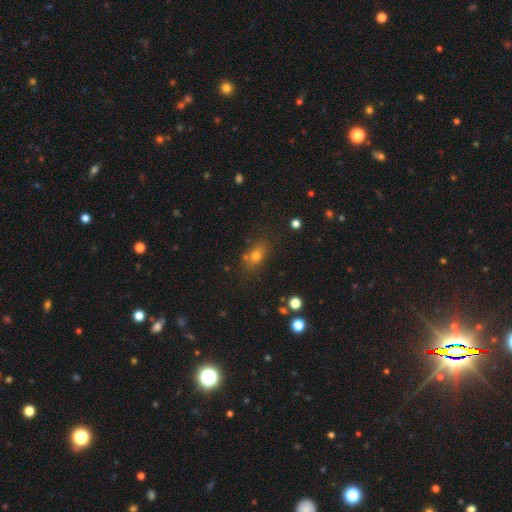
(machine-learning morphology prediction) A smooth galaxy with no disk features (69%) that is in between round and cigar-shaped (67%).

Vote fractions:
- Smooth or featured? smooth: 69% / star or artifact: 19% / featured or disk: 12%
- How rounded? in between: 67% / round: 28% / cigar-shaped: 4%
- Merging? none: 72% / minor disturbance: 14% / merger: 9% / major disturbance: 5%